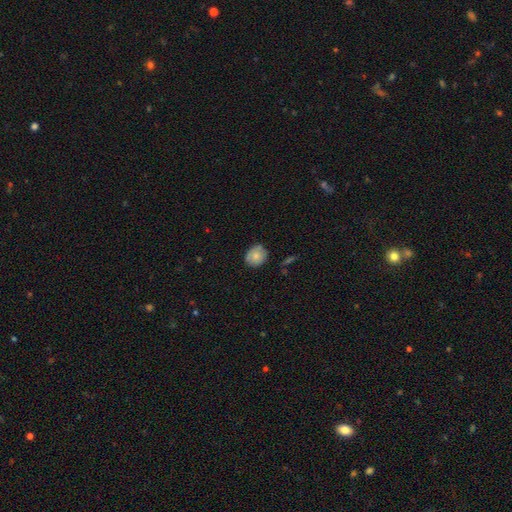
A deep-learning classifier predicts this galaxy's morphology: Smooth or featured? smooth (76%)
How rounded? round (71%)
Merging? none (76%)